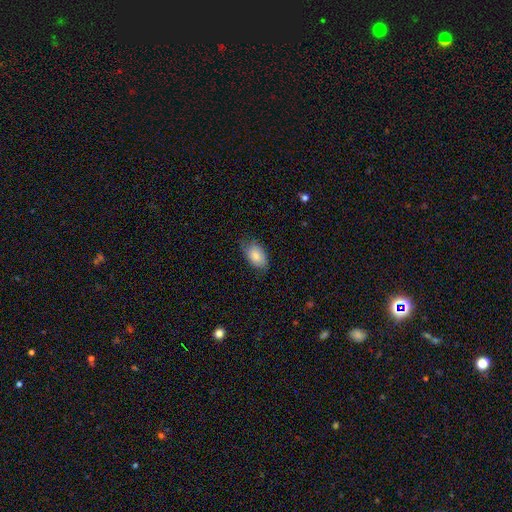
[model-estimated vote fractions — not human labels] Smooth or featured: smooth — 79% (featured or disk — 14%)
How rounded: in between — 91% (round — 7%)
Merging: none — 70% (minor disturbance — 24%)